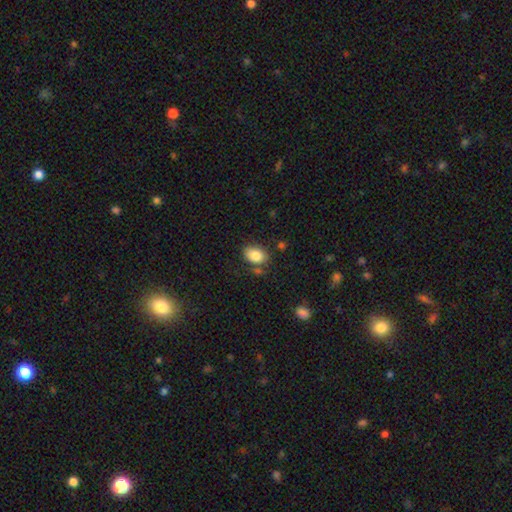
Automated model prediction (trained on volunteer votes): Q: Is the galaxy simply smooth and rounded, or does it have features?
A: smooth — 84%.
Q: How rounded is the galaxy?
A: in between — 82%.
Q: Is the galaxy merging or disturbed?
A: none — 71%.